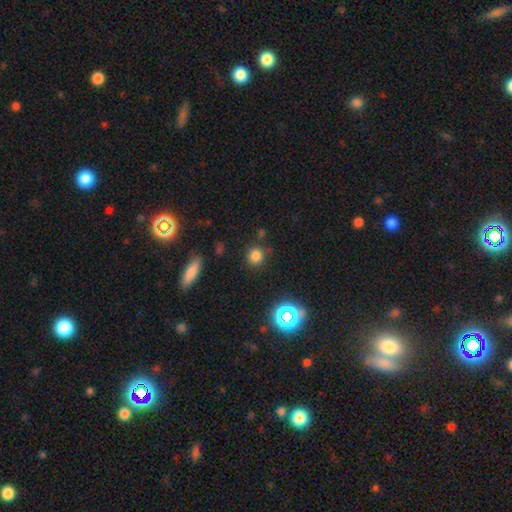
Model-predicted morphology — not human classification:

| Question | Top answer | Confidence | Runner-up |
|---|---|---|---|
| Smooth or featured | smooth | 78% | star or artifact (17%) |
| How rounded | round | 90% | in between (9%) |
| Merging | none | 84% | minor disturbance (9%) |